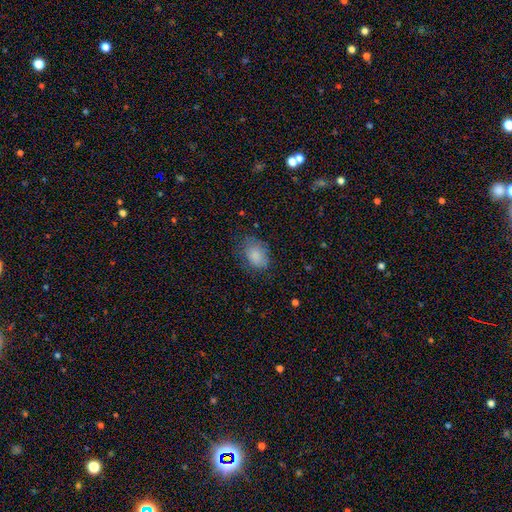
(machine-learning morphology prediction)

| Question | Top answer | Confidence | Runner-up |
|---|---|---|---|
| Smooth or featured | smooth | 83% | featured or disk (9%) |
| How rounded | in between | 71% | round (28%) |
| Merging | none | 64% | minor disturbance (25%) |